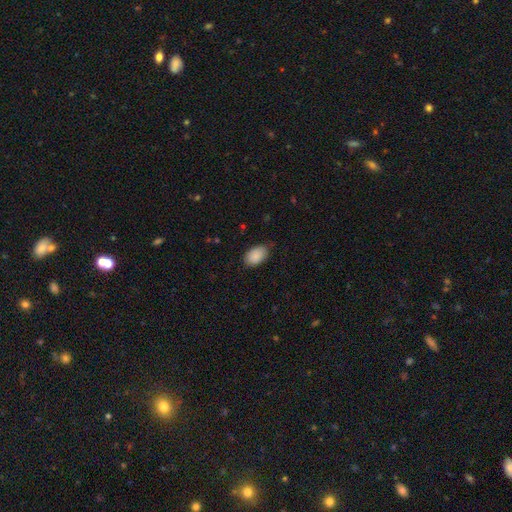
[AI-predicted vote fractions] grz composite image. It shows a smooth galaxy with no disk features (90%) that is in between round and cigar-shaped (92%). Merging: none (79%).